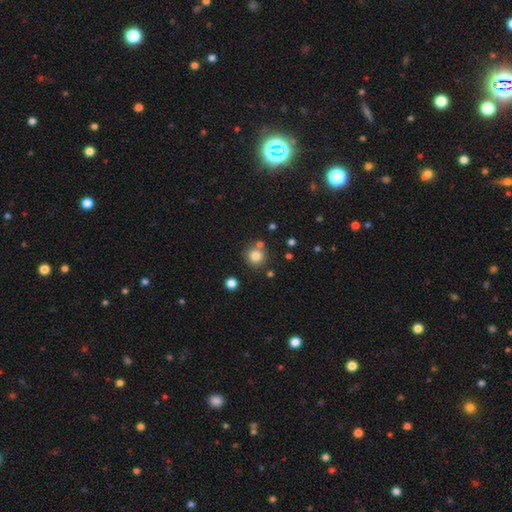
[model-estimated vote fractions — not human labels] This is clearly a smooth galaxy (81%). How rounded: clearly round (93%). Merging: likely none (76%).